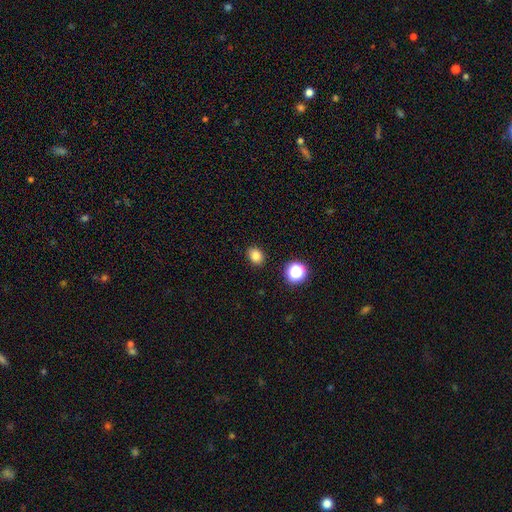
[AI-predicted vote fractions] A smooth galaxy with no disk features (81%) that is in between round and cigar-shaped (56%). Merging: none (88%).